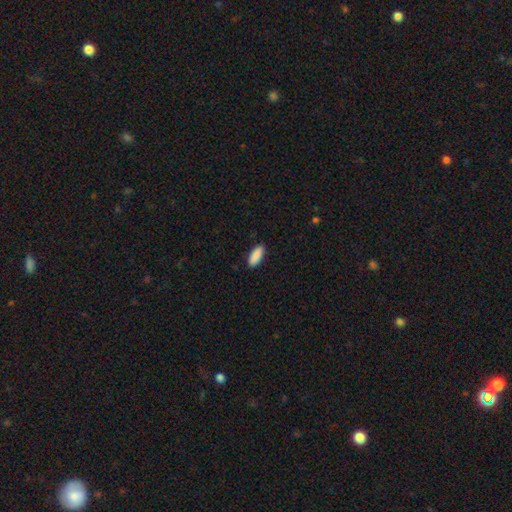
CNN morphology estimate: The model was most divided on "how rounded": in between: 72%, cigar-shaped: 27%, round: 2%. More confident: smooth or featured — smooth (91%); merging — none (89%).